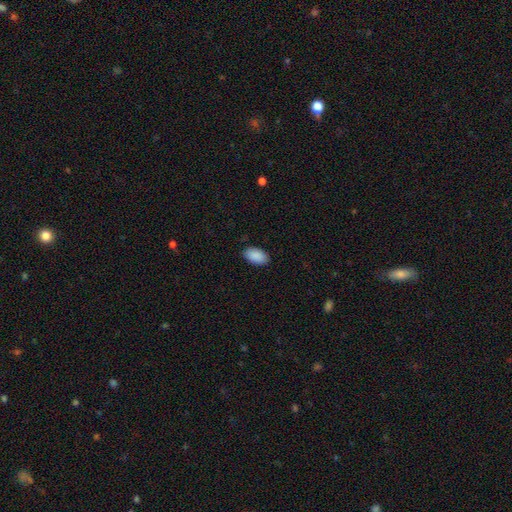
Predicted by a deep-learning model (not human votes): smooth_or_featured: smooth (p=0.91) [alt: star or artifact p=0.06]
how_rounded: in between (p=0.95) [alt: round p=0.04]
merging: none (p=0.88) [alt: minor disturbance p=0.09]